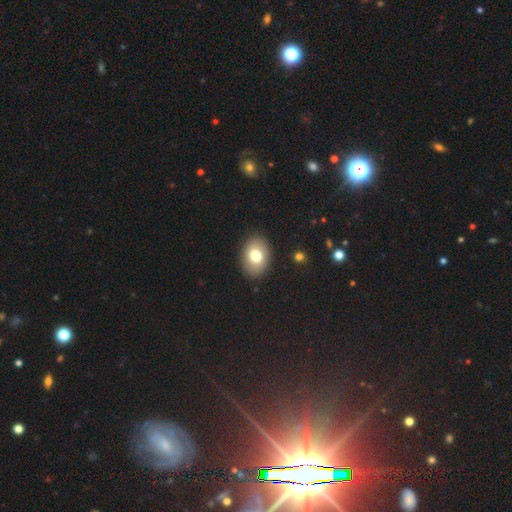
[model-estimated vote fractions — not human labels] A smooth galaxy with no disk features (77%) that is in between round and cigar-shaped (77%).

Vote fractions:
- Smooth or featured? smooth: 77% / featured or disk: 15% / star or artifact: 8%
- How rounded? in between: 77% / round: 22% / cigar-shaped: 1%
- Merging? none: 89% / minor disturbance: 8% / major disturbance: 2% / merger: 1%